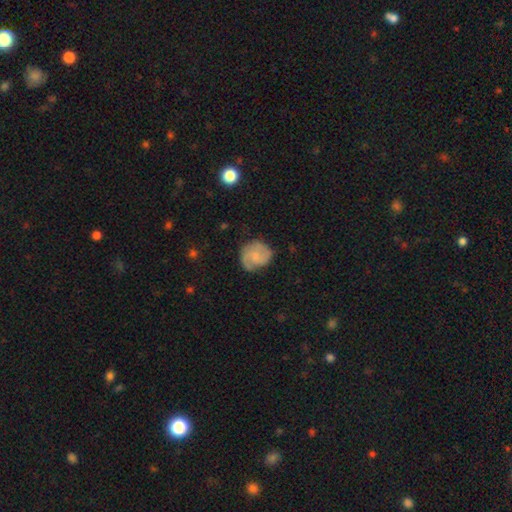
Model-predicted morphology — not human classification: Smooth or featured? Predicted: featured or disk (p=0.54). Edge-on disk? Predicted: no (p=0.98). Bar? Predicted: no (p=0.61). Spiral arms? Predicted: yes (p=0.85). Bulge size? Predicted: small (p=0.40). Merging? Predicted: none (p=0.70).